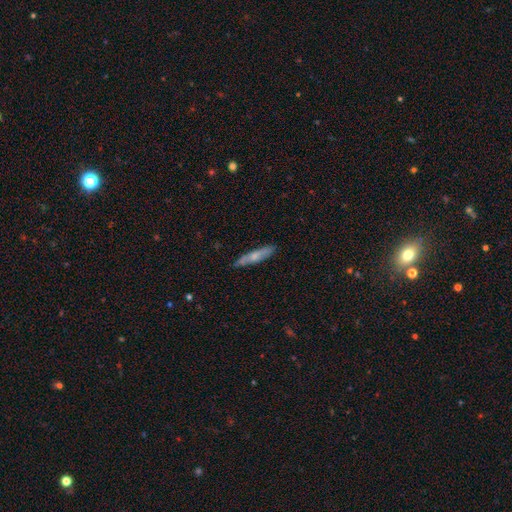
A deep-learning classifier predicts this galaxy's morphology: Overall: smooth (63%; featured or disk 32%). How rounded: cigar-shaped (84%). Merging: none (81%).